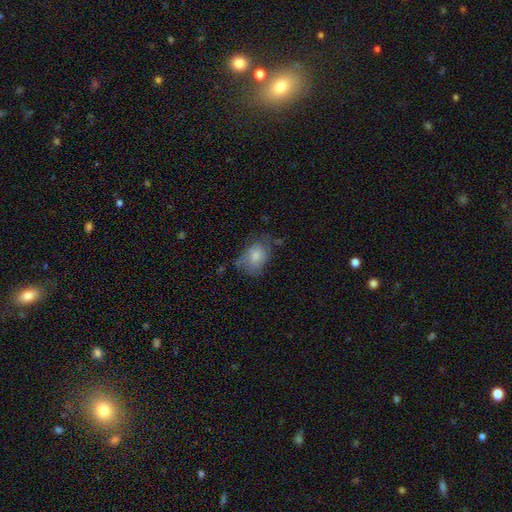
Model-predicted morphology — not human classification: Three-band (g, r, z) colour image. It shows a smooth galaxy with no disk features (73%) that is in between round and cigar-shaped (77%). Merging: none (42%).